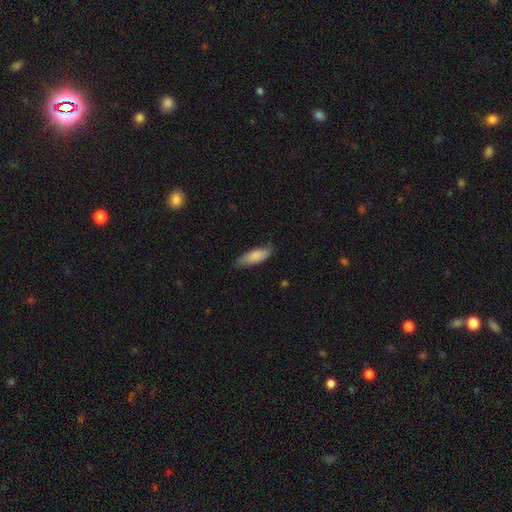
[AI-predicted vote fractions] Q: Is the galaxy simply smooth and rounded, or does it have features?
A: smooth — 81%.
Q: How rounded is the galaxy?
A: in between — 60%.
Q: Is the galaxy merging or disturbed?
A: none — 75%.